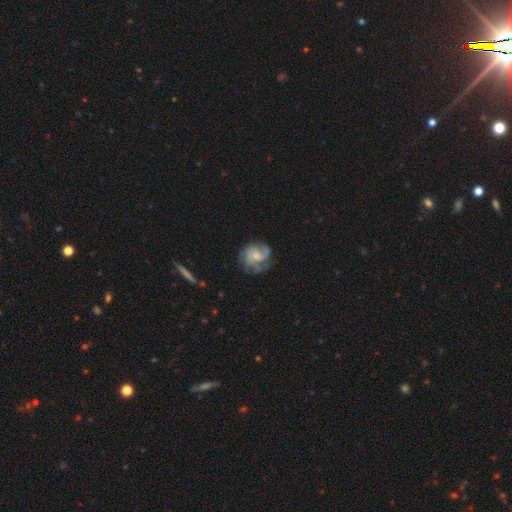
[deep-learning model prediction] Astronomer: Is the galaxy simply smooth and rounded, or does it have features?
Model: featured or disk — 72%.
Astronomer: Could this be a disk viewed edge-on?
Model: no — 98%.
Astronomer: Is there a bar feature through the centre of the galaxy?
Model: no — 67%.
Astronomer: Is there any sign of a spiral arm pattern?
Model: yes — 92%.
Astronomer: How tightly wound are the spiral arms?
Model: medium — 44% (runner-up: tight, 37%).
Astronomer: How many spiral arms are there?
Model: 3 — 35% (runner-up: can't tell, 23%).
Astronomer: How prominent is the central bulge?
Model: small — 44% (runner-up: moderate, 35%).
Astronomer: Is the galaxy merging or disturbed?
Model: none — 66%.